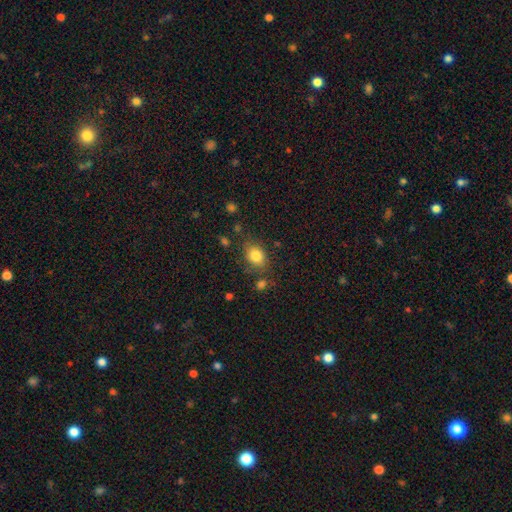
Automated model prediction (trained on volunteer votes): The model was most divided on "how rounded": in between: 65%, round: 34%, cigar-shaped: 1%. More confident: smooth or featured — smooth (82%); merging — none (75%).